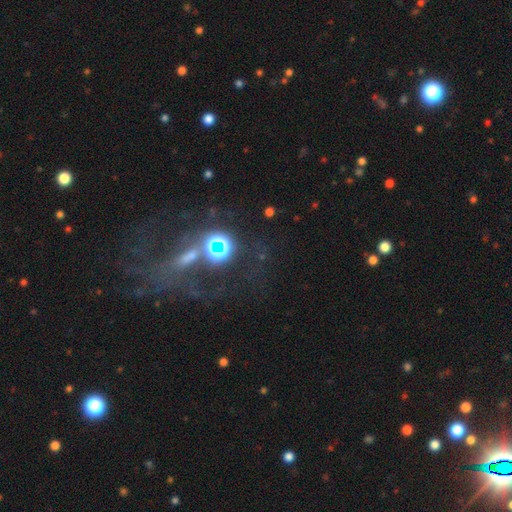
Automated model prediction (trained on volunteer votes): Q: Smooth or featured?
A: star or artifact (54%); runner-up: featured or disk (28%)